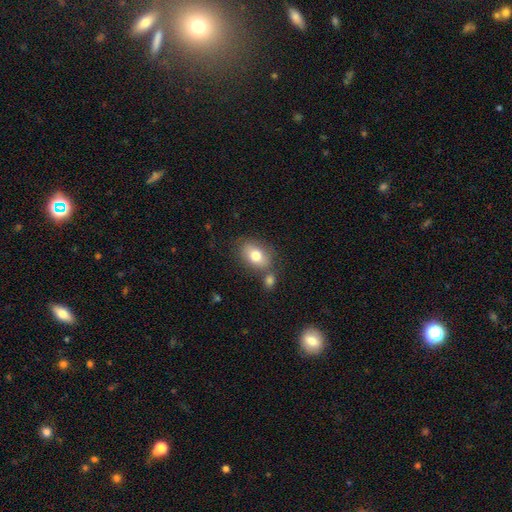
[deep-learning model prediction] The model was most divided on "merging": none: 62%, merger: 19%, minor disturbance: 14%, major disturbance: 4%. More confident: how rounded — in between (82%); smooth or featured — smooth (77%).